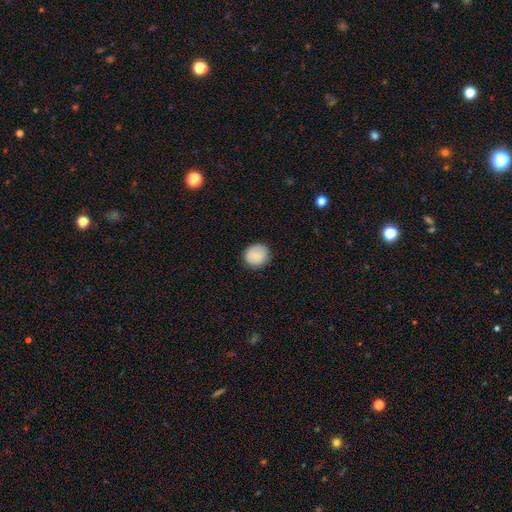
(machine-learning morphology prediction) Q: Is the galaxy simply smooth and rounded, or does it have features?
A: smooth — 82%.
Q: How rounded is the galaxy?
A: round — 85%.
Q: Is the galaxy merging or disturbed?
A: none — 86%.